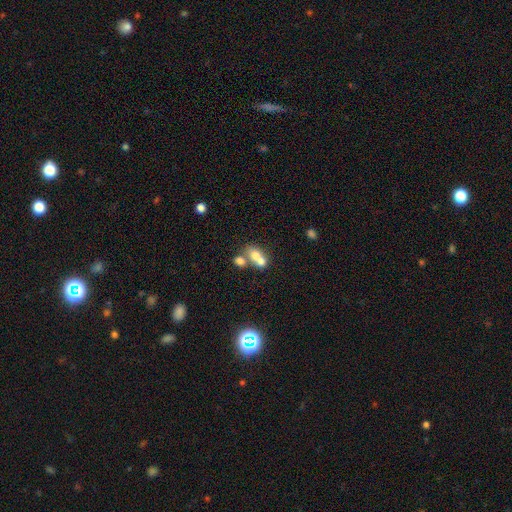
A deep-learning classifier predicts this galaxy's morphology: The model was most divided on "how rounded": round: 56%, in between: 43%, cigar-shaped: 2%. More confident: smooth or featured — smooth (66%); merging — merger (63%).